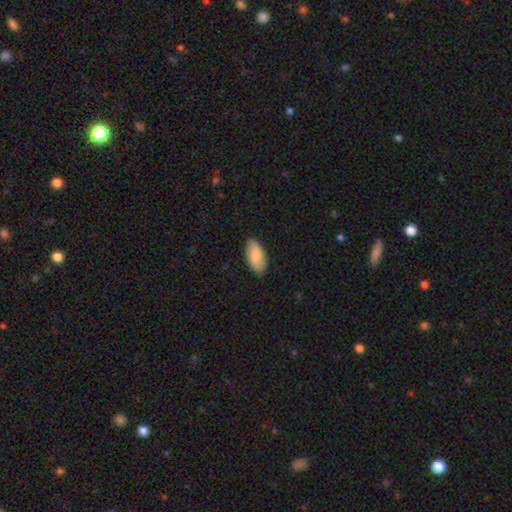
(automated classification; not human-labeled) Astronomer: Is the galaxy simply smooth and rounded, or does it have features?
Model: smooth — 83%.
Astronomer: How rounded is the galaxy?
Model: in between — 92%.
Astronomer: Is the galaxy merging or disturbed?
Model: none — 87%.